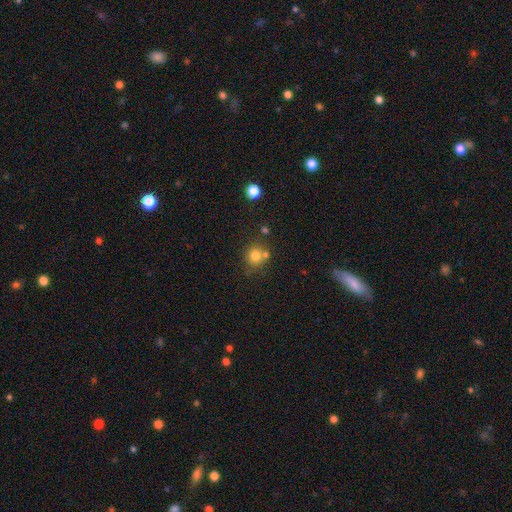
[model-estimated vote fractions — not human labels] Morphology: type=smooth (78%); roundness=round (83%); merging=none (61%).